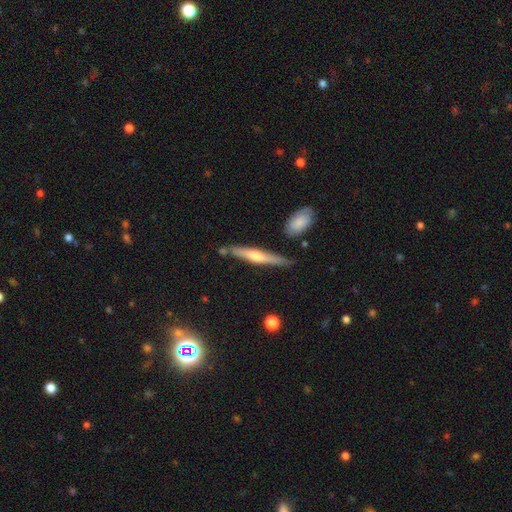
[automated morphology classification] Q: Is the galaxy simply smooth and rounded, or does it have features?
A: featured or disk — 53%.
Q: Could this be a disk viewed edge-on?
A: yes — 94%.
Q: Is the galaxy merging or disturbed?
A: none — 77%.